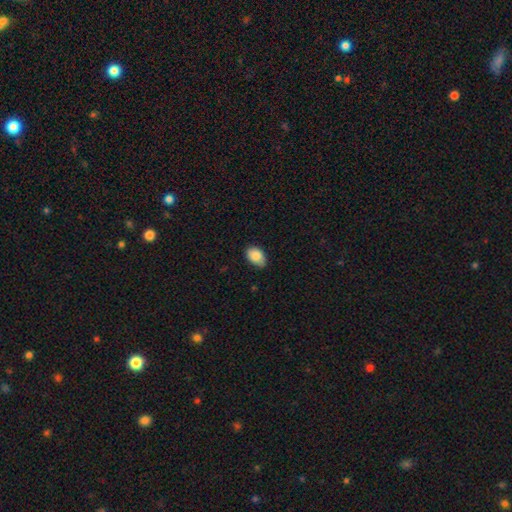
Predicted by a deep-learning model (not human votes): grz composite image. It shows a smooth galaxy with no disk features (87%) that is in between round and cigar-shaped (85%). Merging: none (69%).